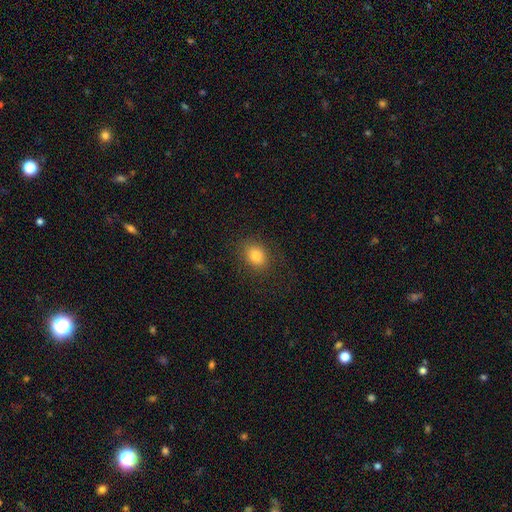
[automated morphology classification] smooth 83%, star or artifact 10%, featured or disk 7%. Down the decision tree: how rounded — in between (61%); merging — none (84%).